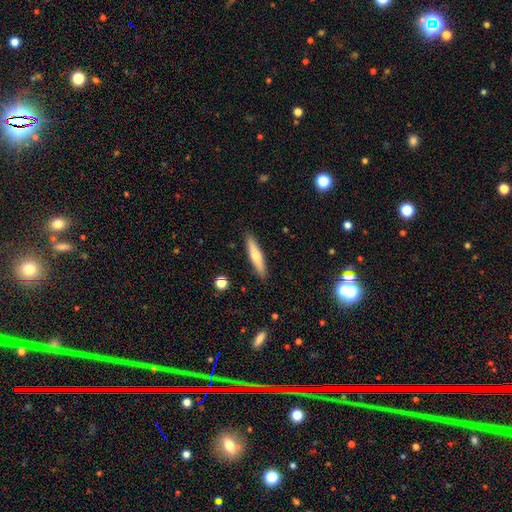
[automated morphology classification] smooth-or-featured: smooth: 57% | featured or disk: 37% | star or artifact: 6%
  how-rounded: cigar-shaped: 86% | in between: 12% | round: 2%
  merging: none: 90% | minor disturbance: 8% | major disturbance: 2% | merger: 1%